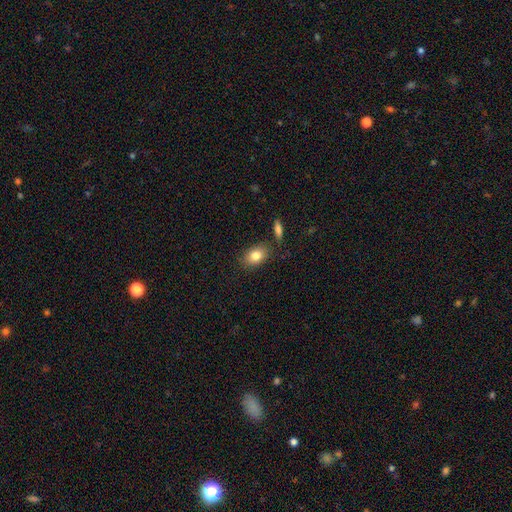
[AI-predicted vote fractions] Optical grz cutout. It shows a smooth galaxy with no disk features (82%) that is in between round and cigar-shaped (82%). Merging: none (81%).